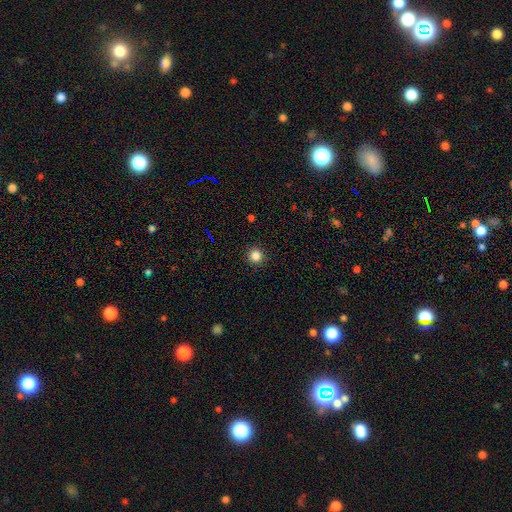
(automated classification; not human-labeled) A smooth galaxy with no disk features (84%) that is round (95%).

Vote fractions:
- Smooth or featured? smooth: 84% / star or artifact: 12% / featured or disk: 4%
- How rounded? round: 95% / in between: 4% / cigar-shaped: 1%
- Merging? none: 93% / minor disturbance: 5% / major disturbance: 2% / merger: 1%